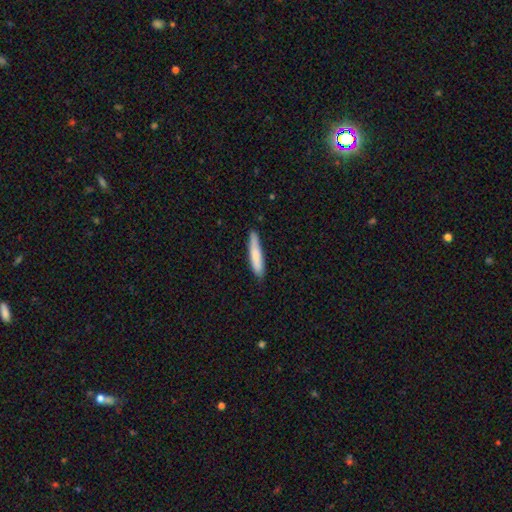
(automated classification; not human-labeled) Smooth or featured? Predicted: smooth (p=0.77). How rounded? Predicted: cigar-shaped (p=0.89). Merging? Predicted: none (p=0.83).